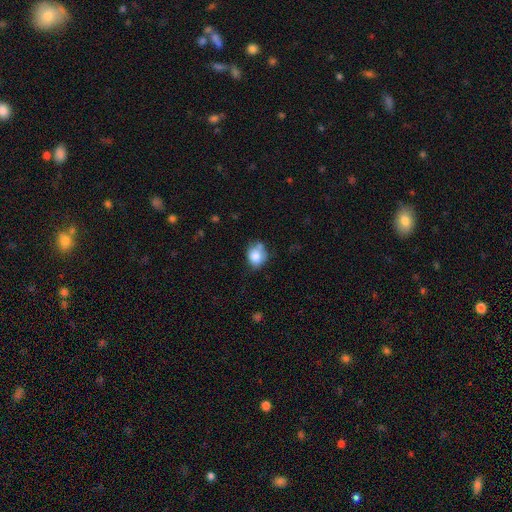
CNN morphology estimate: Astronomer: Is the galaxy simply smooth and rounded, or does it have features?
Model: smooth — 79%.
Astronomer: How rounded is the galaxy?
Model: round — 60% (runner-up: in between, 39%).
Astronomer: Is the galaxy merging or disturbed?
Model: none — 47% (runner-up: minor disturbance, 29%).